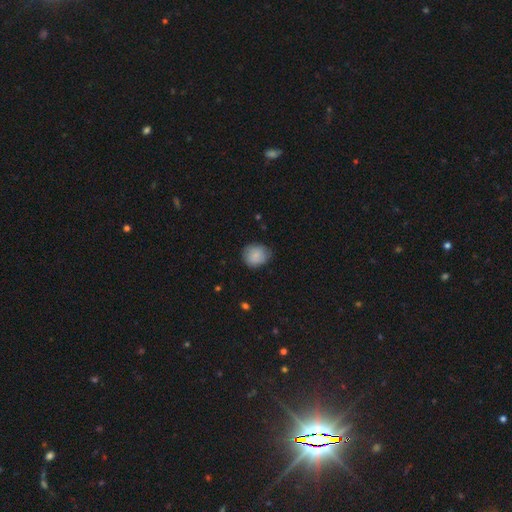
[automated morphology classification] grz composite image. It shows a smooth galaxy with no disk features (85%) that is round (77%). Merging: none (70%).